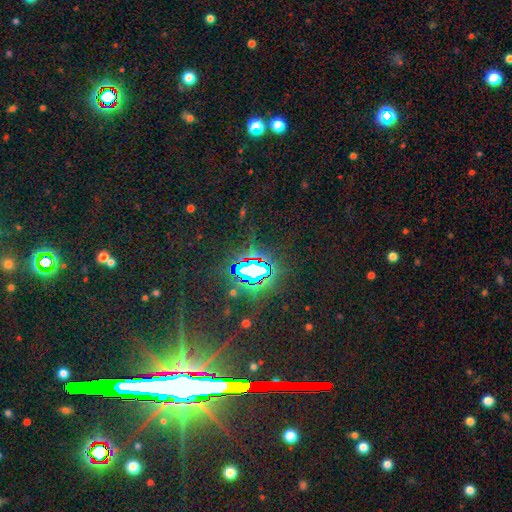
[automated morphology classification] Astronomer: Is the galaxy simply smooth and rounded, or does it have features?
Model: star or artifact — 82%.